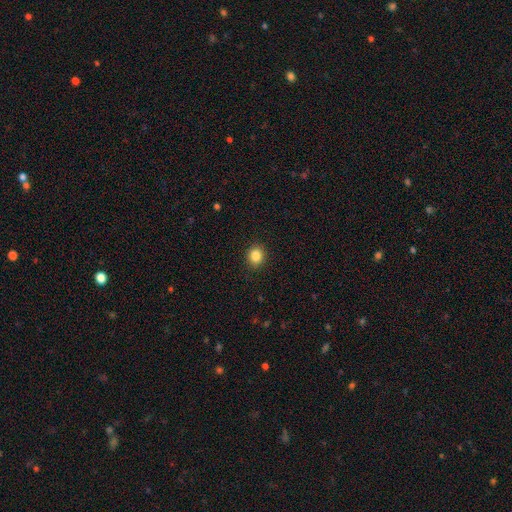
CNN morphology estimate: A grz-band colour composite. It shows a smooth galaxy with no disk features (85%) that is round (74%). Merging: none (91%).